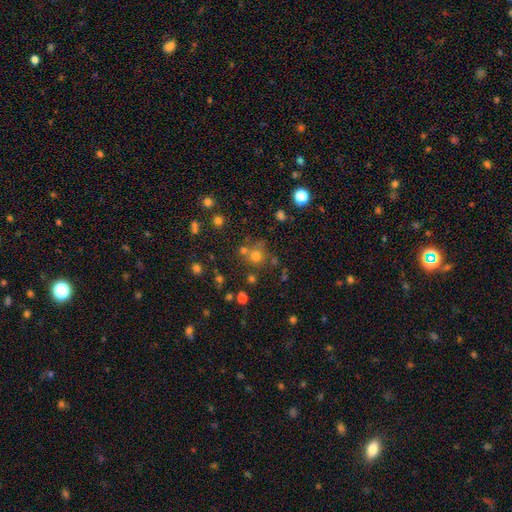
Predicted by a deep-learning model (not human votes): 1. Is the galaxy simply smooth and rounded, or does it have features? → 68% smooth, 22% star or artifact, 10% featured or disk.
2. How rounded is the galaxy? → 88% round, 11% in between, 1% cigar-shaped.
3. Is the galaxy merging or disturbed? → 62% none, 21% merger, 11% minor disturbance, 6% major disturbance.